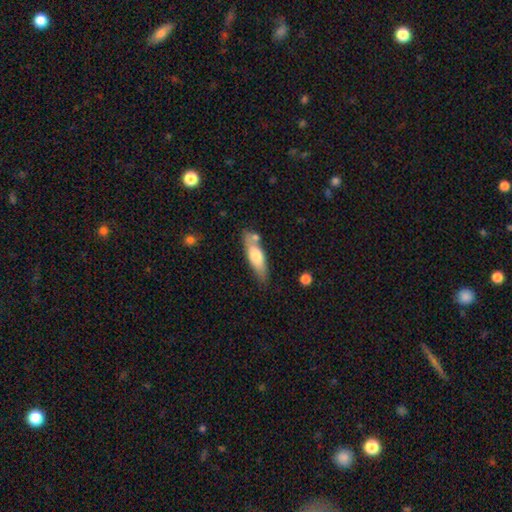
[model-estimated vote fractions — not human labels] smooth-or-featured: smooth: 65% | featured or disk: 30% | star or artifact: 6%
  how-rounded: cigar-shaped: 52% | in between: 46% | round: 2%
  merging: none: 66% | minor disturbance: 18% | merger: 12% | major disturbance: 4%